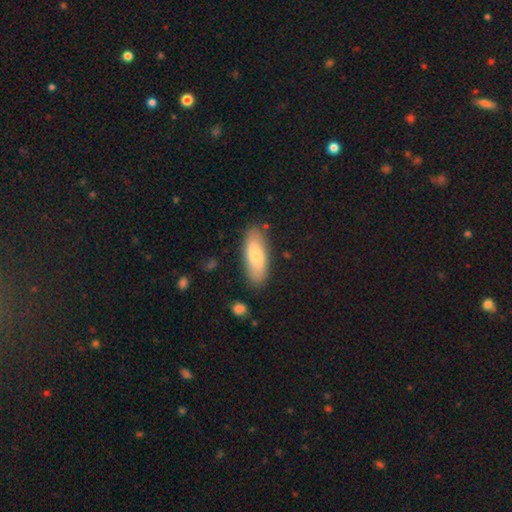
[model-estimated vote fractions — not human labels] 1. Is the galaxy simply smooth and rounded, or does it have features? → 73% smooth, 21% featured or disk, 6% star or artifact.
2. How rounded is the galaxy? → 72% in between, 26% cigar-shaped, 2% round.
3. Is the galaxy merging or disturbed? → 83% none, 12% minor disturbance, 3% major disturbance, 2% merger.